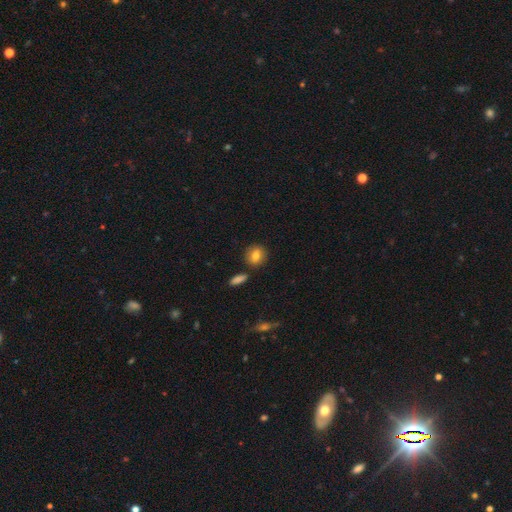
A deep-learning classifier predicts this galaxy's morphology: Smooth or featured: smooth — 79% (featured or disk — 13%)
How rounded: round — 66% (in between — 32%)
Merging: none — 82% (minor disturbance — 9%)